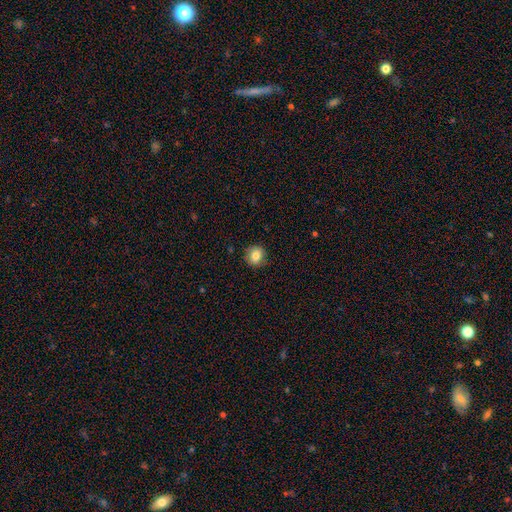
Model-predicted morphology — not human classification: Smooth or featured? smooth (82%)
How rounded? round (87%)
Merging? none (86%)